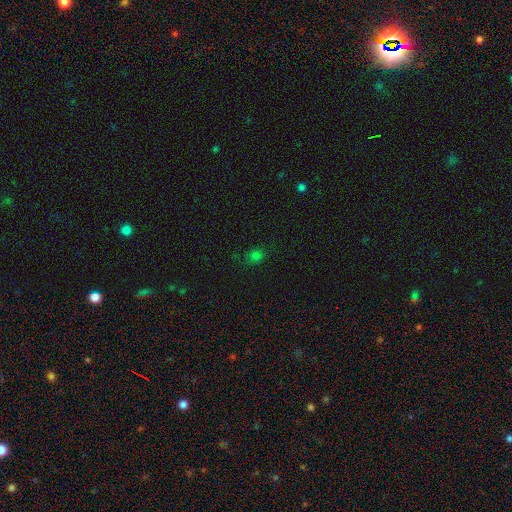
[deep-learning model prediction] The model was most divided on "how rounded": round: 65%, in between: 34%, cigar-shaped: 1%. More confident: merging — none (76%); smooth or featured — smooth (72%).